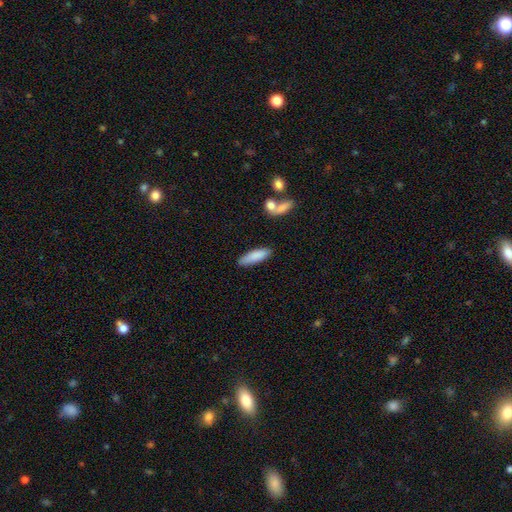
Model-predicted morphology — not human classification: This appears to be a smooth galaxy with no disk features (85%) that is cigar-shaped (57%). Merging: none (83%).